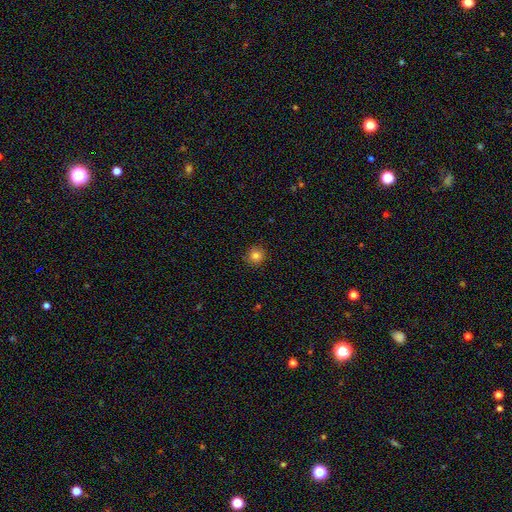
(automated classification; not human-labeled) Overall: smooth (82%). How rounded: round (93%). Merging: none (89%).